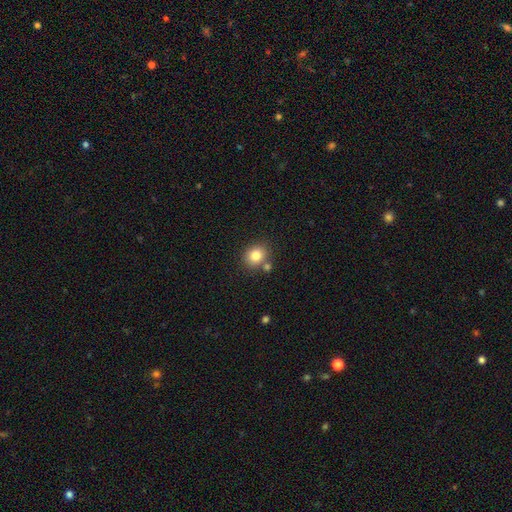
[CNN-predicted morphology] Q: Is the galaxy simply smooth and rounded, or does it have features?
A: smooth — 82%.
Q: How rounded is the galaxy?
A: round — 70%.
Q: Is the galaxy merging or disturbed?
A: none — 73%.